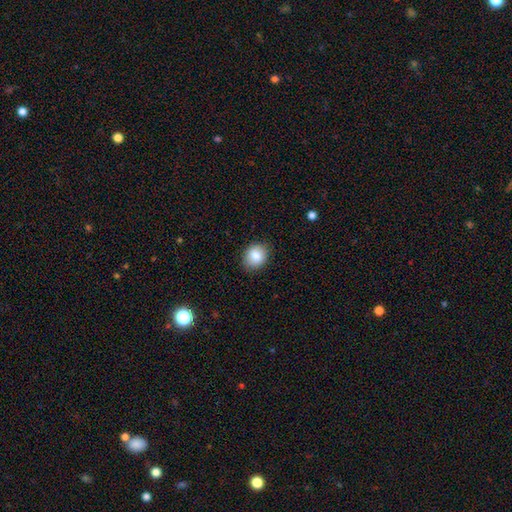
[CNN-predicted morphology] smooth_or_featured: smooth (p=0.83) [alt: featured or disk p=0.09]
how_rounded: round (p=0.58) [alt: in between p=0.42]
merging: none (p=0.87) [alt: minor disturbance p=0.10]